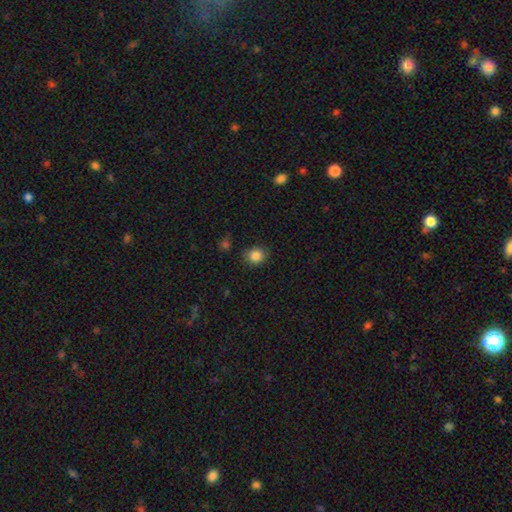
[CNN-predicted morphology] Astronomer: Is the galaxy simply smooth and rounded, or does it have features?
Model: smooth — 85%.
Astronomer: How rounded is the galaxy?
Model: round — 77%.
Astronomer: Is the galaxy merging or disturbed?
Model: none — 84%.